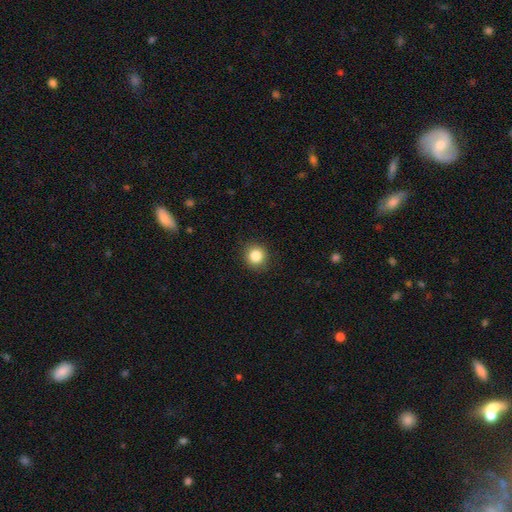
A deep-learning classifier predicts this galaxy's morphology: smooth_or_featured: smooth (p=0.85) [alt: star or artifact p=0.11]
how_rounded: round (p=0.91) [alt: in between p=0.08]
merging: none (p=0.91) [alt: minor disturbance p=0.06]